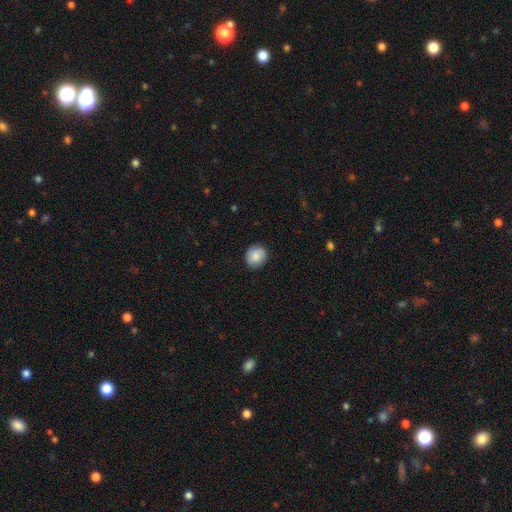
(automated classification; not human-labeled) The model was most divided on "how rounded": round: 84%, in between: 15%, cigar-shaped: 1%. More confident: merging — none (87%); smooth or featured — smooth (83%).